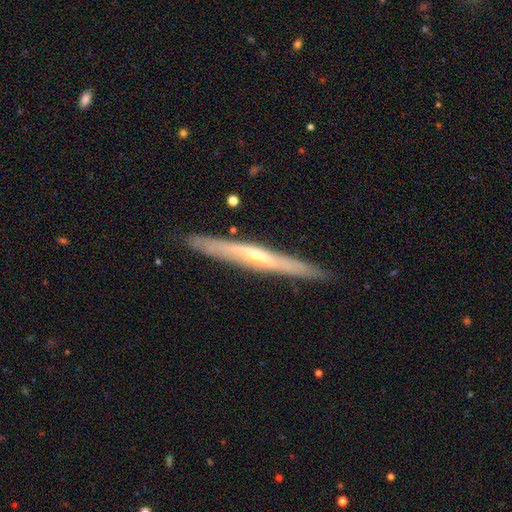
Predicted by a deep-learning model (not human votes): smooth-or-featured: featured or disk: 67% | smooth: 28% | star or artifact: 6%
  disk-edge-on: yes: 93% | no: 7%
    edge-on-bulge: rounded: 48% | none: 47% | boxy: 5%
  merging: none: 89% | minor disturbance: 8% | major disturbance: 1% | merger: 1%